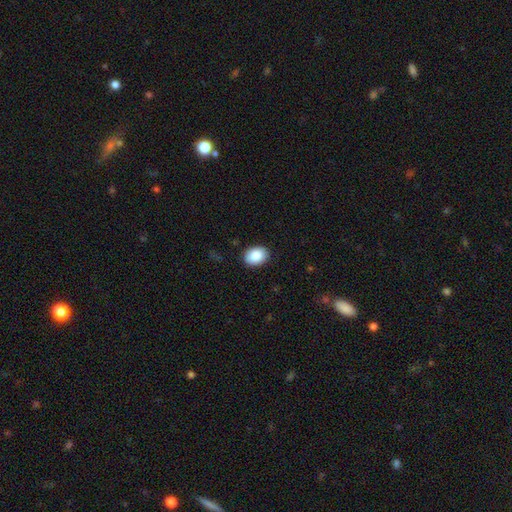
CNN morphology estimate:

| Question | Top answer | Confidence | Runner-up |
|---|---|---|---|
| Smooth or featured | smooth | 88% | star or artifact (7%) |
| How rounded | in between | 69% | round (30%) |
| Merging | none | 89% | minor disturbance (8%) |